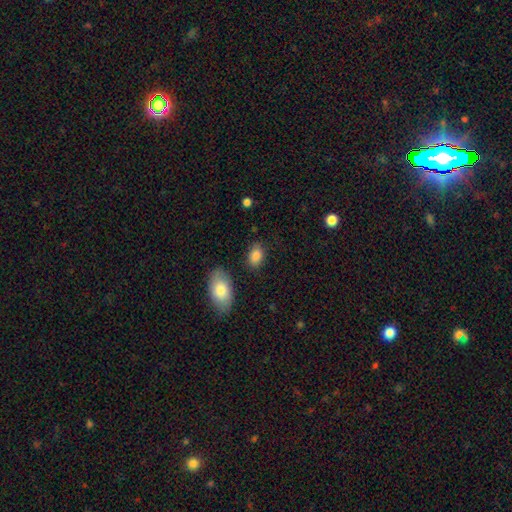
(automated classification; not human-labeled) smooth-or-featured: smooth: 86% | star or artifact: 8% | featured or disk: 6%
  how-rounded: in between: 87% | round: 11% | cigar-shaped: 2%
  merging: none: 81% | minor disturbance: 13% | major disturbance: 3% | merger: 3%